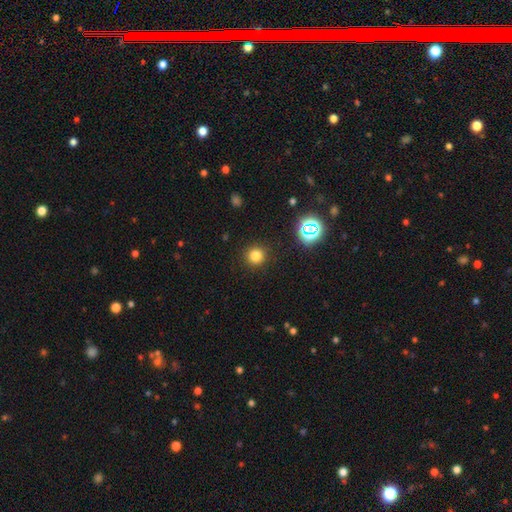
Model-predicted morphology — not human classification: smooth_or_featured: smooth (p=0.78) [alt: star or artifact p=0.17]
how_rounded: round (p=0.93) [alt: in between p=0.06]
merging: none (p=0.90) [alt: minor disturbance p=0.06]